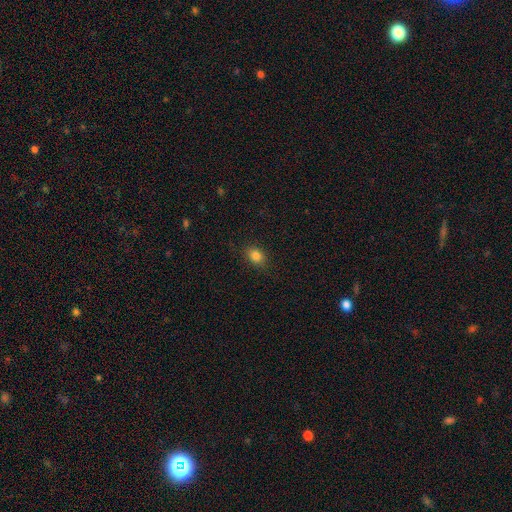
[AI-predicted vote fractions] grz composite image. It shows a smooth galaxy with no disk features (83%) that is in between round and cigar-shaped (65%). Merging: none (86%).